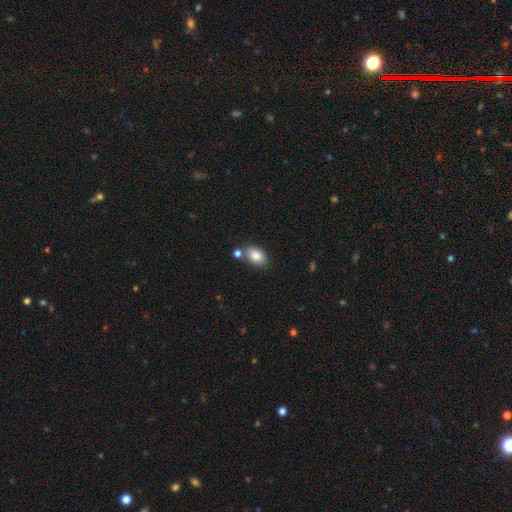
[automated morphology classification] Overall: smooth (85%). How rounded: in between (87%). Merging: none (69%).